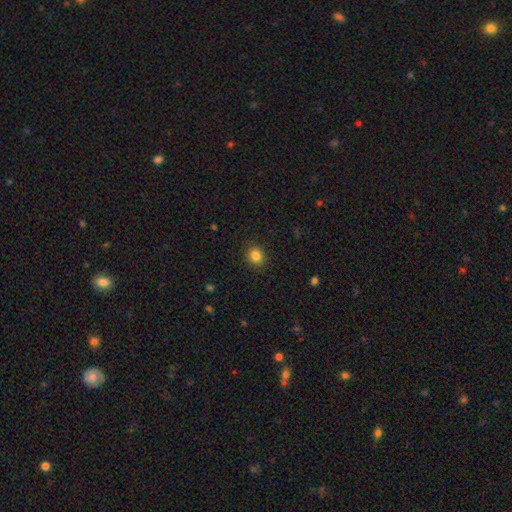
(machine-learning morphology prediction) smooth 84%, star or artifact 11%, featured or disk 5%. Down the decision tree: how rounded — round (83%); merging — none (91%).